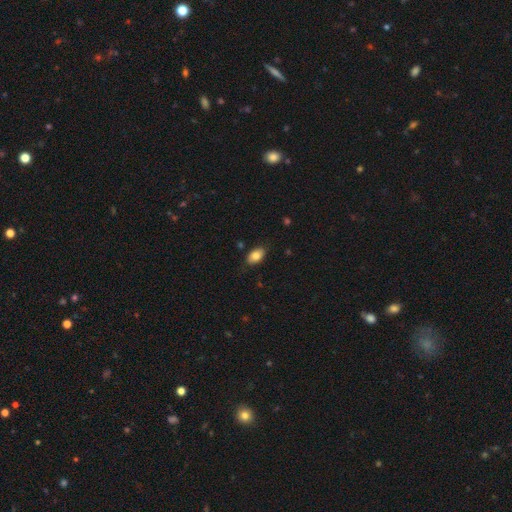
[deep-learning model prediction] The model was most divided on "merging": none: 82%, minor disturbance: 14%, major disturbance: 3%, merger: 1%. More confident: how rounded — in between (91%); smooth or featured — smooth (83%).